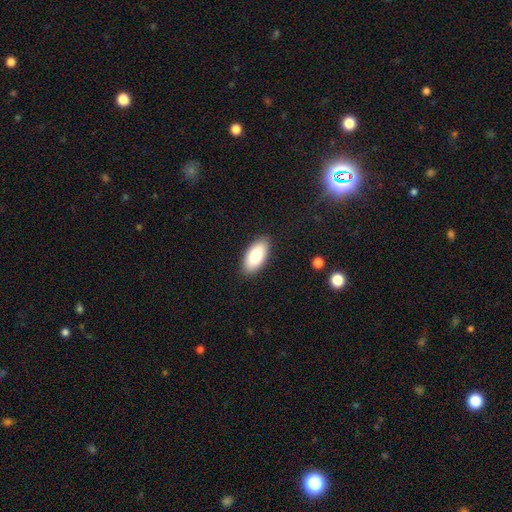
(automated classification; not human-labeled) This appears to be a smooth galaxy with no disk features (83%) that is in between round and cigar-shaped (93%). Merging: none (88%).